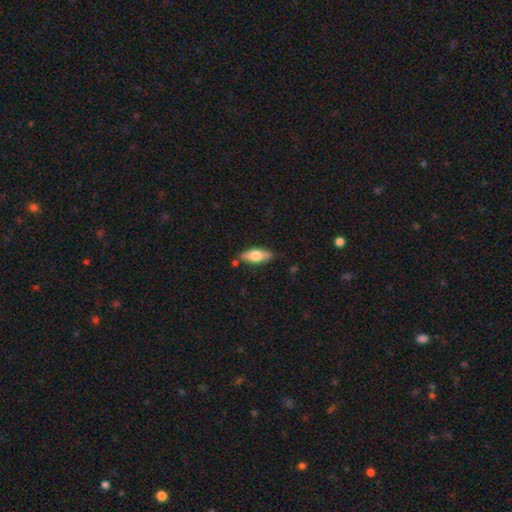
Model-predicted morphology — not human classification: This is likely a smooth galaxy (62%). How rounded: likely in between (70%). Merging: clearly none (80%).